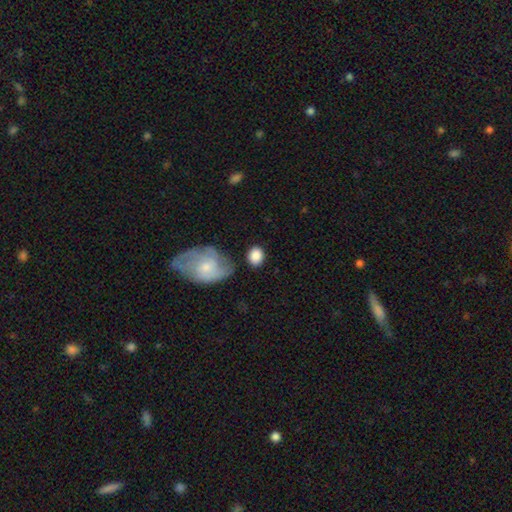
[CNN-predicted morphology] Smooth or featured? Predicted: smooth (p=0.86). How rounded? Predicted: in between (p=0.50). Merging? Predicted: none (p=0.70).